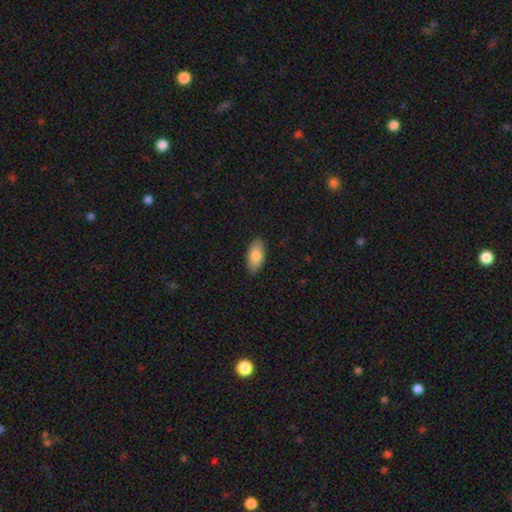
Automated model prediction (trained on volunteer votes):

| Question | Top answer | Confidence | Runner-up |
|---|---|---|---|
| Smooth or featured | smooth | 82% | featured or disk (11%) |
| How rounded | in between | 92% | cigar-shaped (6%) |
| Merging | none | 88% | minor disturbance (10%) |